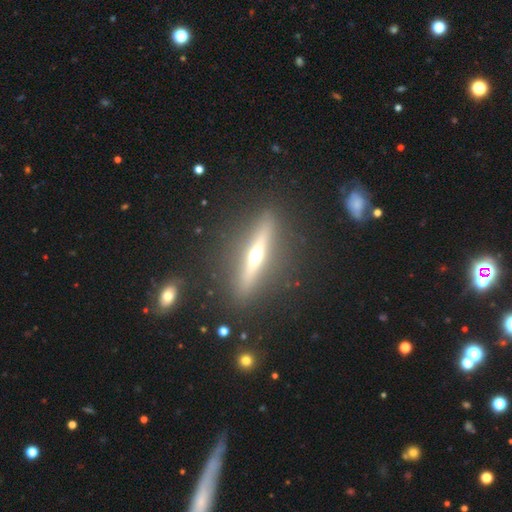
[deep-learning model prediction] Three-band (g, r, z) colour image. It shows a featured or disk galaxy (70%) viewed edge-on (94%) with a rounded central bulge (94%). Merging: none (88%).